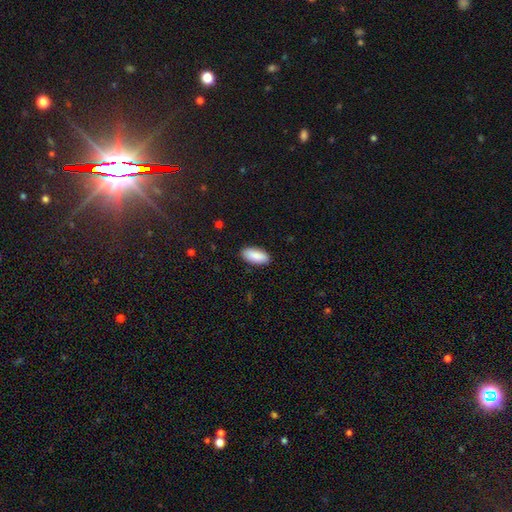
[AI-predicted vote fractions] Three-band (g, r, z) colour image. It shows a smooth galaxy with no disk features (89%) that is in between round and cigar-shaped (89%). Merging: none (89%).